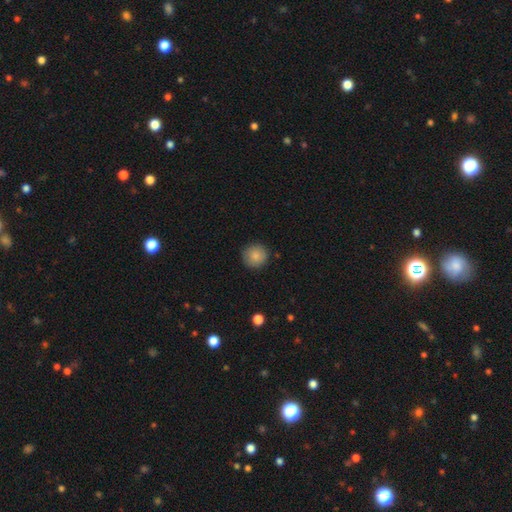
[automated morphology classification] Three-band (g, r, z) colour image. It shows a smooth galaxy with no disk features (86%) that is round (94%). Merging: none (89%).